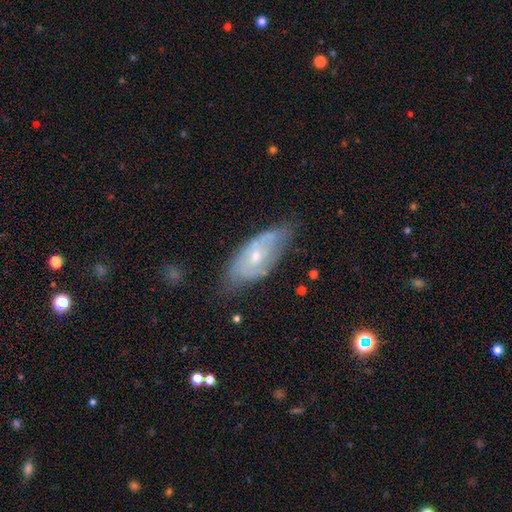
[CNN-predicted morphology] This is likely a featured or disk galaxy (63%). It is clearly not viewed edge-on (87%). Bar: likely no (65%). Spiral arm pattern: likely yes (67%). Central bulge: possibly small (52%). Merging: possibly none (57%).